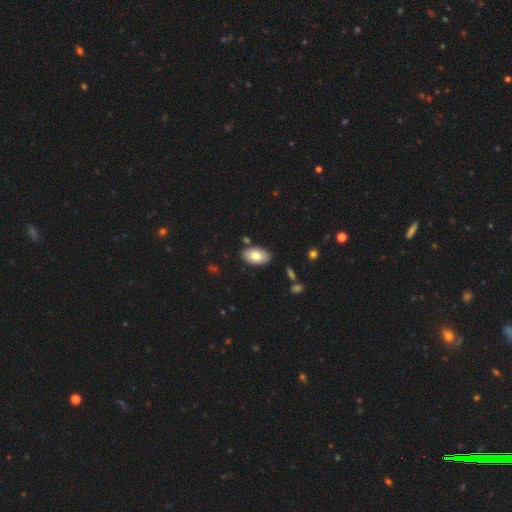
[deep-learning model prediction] Smooth or featured? Predicted: smooth (p=0.75). How rounded? Predicted: in between (p=0.92). Merging? Predicted: none (p=0.85).